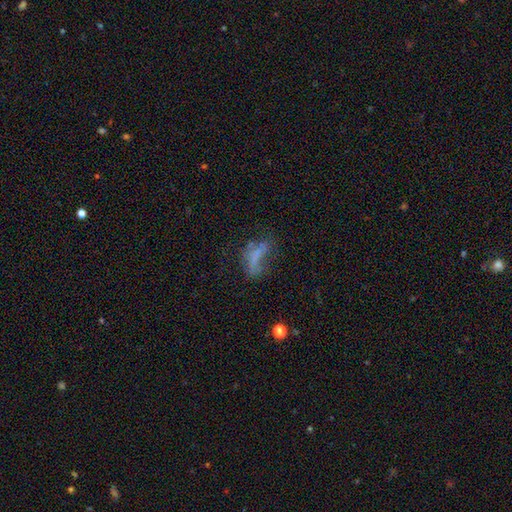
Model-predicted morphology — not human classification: type=smooth (46%); merging=major disturbance (36%).